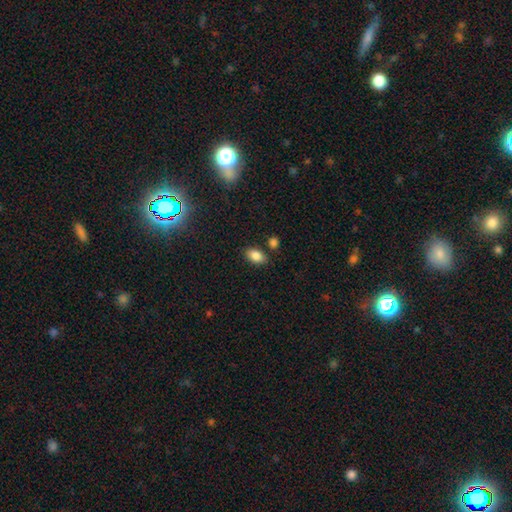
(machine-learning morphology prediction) A smooth galaxy with no disk features (86%) that is in between round and cigar-shaped (87%). Merging: none (80%).